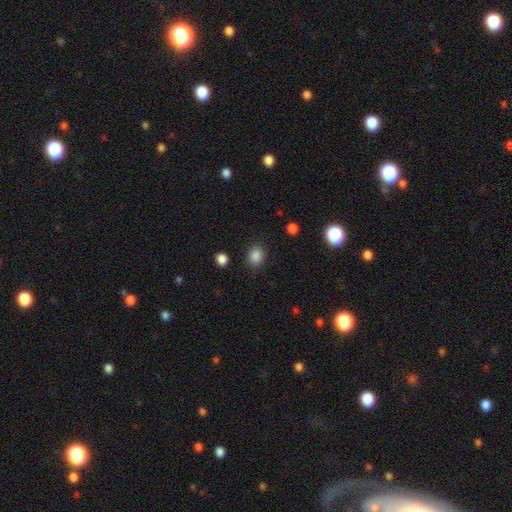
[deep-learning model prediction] Smooth or featured?
  - smooth: 86% *
  - star or artifact: 11%
  - featured or disk: 3%
How rounded?
  - round: 63% *
  - in between: 36%
  - cigar-shaped: 1%
Merging?
  - none: 87% *
  - minor disturbance: 8%
  - major disturbance: 3%
  - merger: 2%